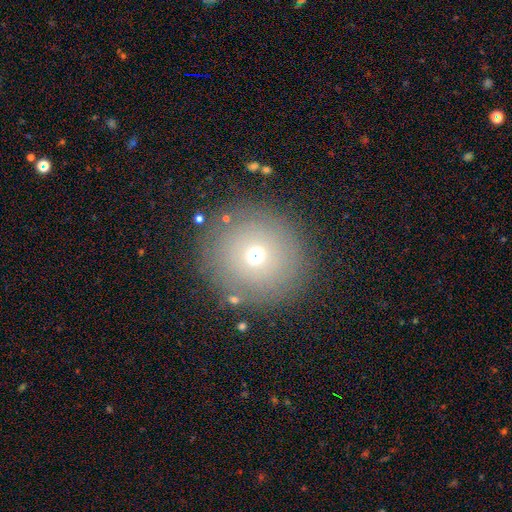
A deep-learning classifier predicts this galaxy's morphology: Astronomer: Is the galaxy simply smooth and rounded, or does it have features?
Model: smooth — 64%.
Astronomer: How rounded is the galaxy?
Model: round — 93%.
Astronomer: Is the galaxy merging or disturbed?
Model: none — 84%.